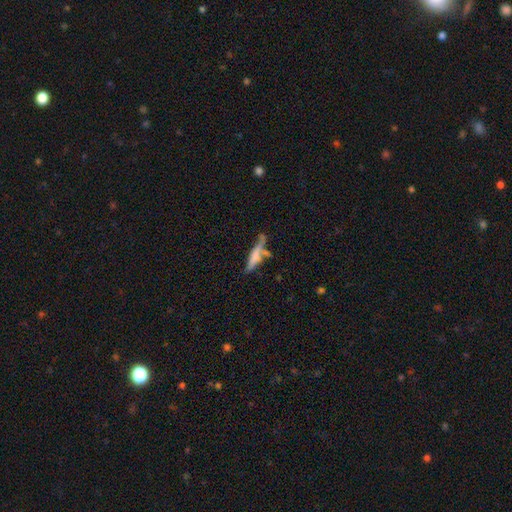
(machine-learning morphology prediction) A smooth galaxy with no disk features (56%) that is cigar-shaped (83%).

Vote fractions:
- Smooth or featured? smooth: 56% / featured or disk: 35% / star or artifact: 8%
- How rounded? cigar-shaped: 83% / in between: 15% / round: 2%
- Merging? none: 48% / merger: 26% / minor disturbance: 17% / major disturbance: 8%